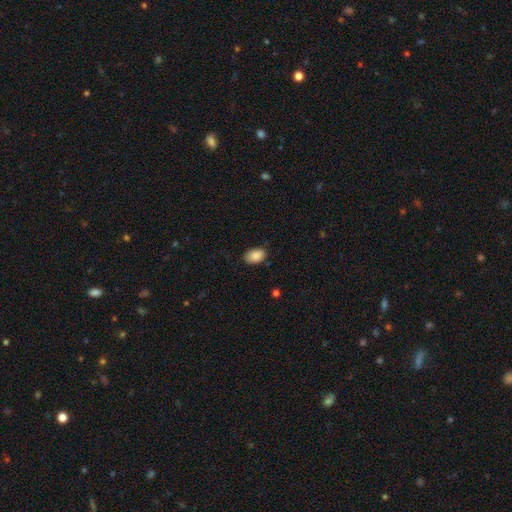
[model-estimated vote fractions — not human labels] smooth-or-featured: smooth: 89% | star or artifact: 7% | featured or disk: 4%
  how-rounded: in between: 90% | round: 9% | cigar-shaped: 1%
  merging: none: 81% | minor disturbance: 15% | major disturbance: 3% | merger: 1%